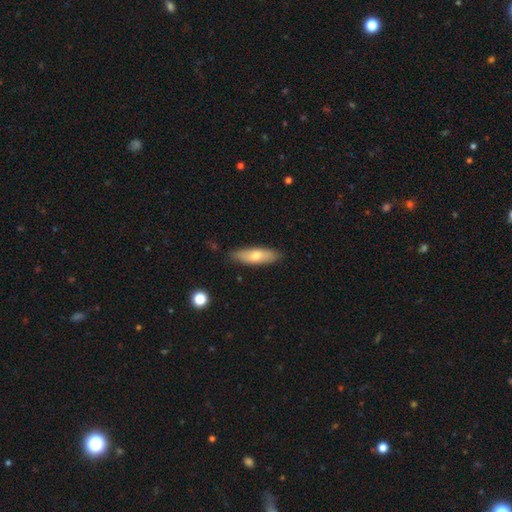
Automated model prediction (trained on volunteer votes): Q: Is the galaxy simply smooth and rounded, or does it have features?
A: smooth — 70%.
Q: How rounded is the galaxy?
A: in between — 53%.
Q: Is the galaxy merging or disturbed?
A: none — 83%.